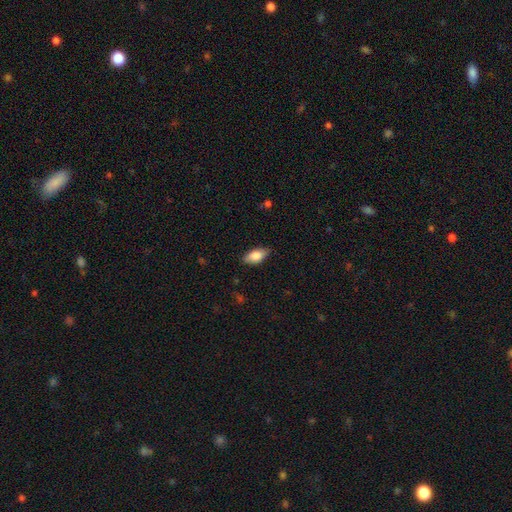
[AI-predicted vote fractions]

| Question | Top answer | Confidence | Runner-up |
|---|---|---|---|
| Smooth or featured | smooth | 81% | featured or disk (12%) |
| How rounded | in between | 89% | cigar-shaped (8%) |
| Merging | none | 82% | minor disturbance (14%) |